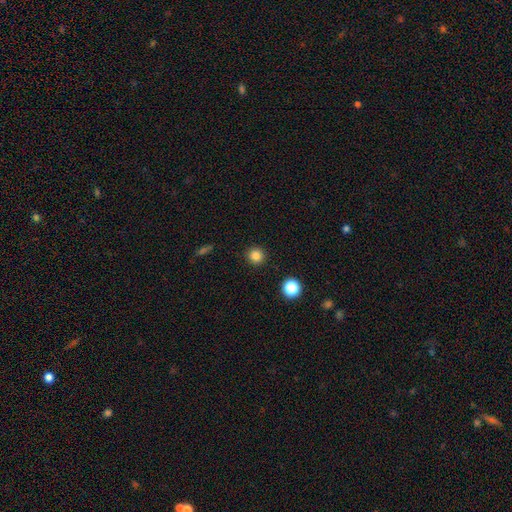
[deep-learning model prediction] Overall: smooth (83%). How rounded: round (95%). Merging: none (92%).